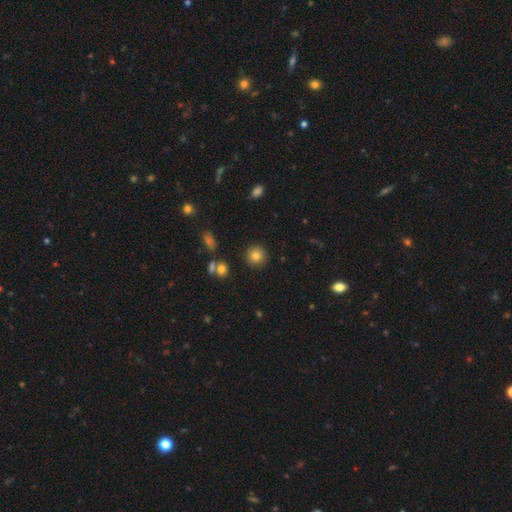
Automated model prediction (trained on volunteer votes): Smooth or featured? smooth (81%)
How rounded? round (92%)
Merging? none (88%)